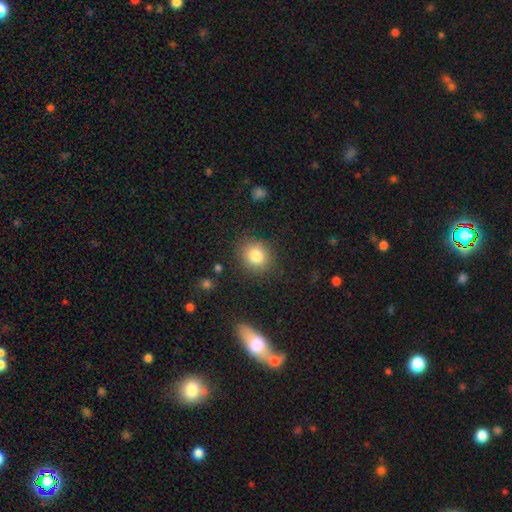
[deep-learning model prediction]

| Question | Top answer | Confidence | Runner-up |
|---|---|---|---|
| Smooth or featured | smooth | 82% | star or artifact (11%) |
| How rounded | round | 76% | in between (23%) |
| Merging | none | 87% | minor disturbance (8%) |